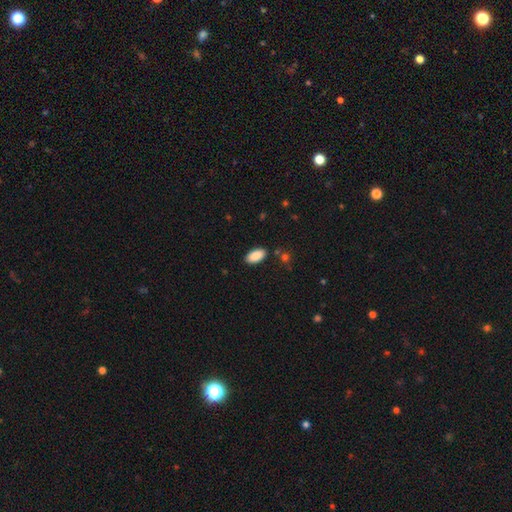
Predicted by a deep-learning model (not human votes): A smooth galaxy with no disk features (89%) that is in between round and cigar-shaped (94%).

Vote fractions:
- Smooth or featured? smooth: 89% / star or artifact: 7% / featured or disk: 4%
- How rounded? in between: 94% / cigar-shaped: 4% / round: 2%
- Merging? none: 86% / minor disturbance: 9% / merger: 2% / major disturbance: 2%